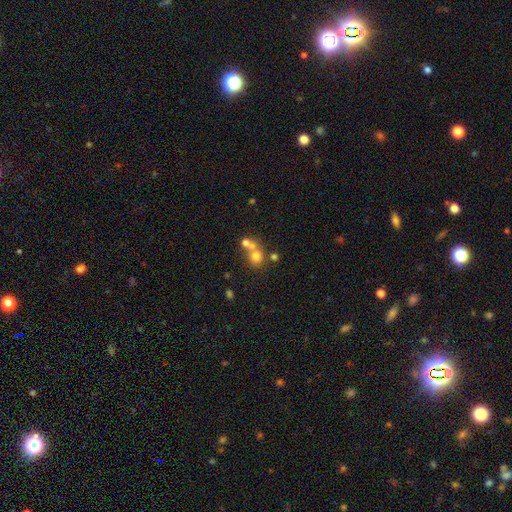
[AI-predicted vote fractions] Q: Smooth or featured?
A: smooth (66%); runner-up: featured or disk (17%)
Q: How rounded?
A: round (83%); runner-up: in between (16%)
Q: Merging?
A: merger (49%); runner-up: none (41%)